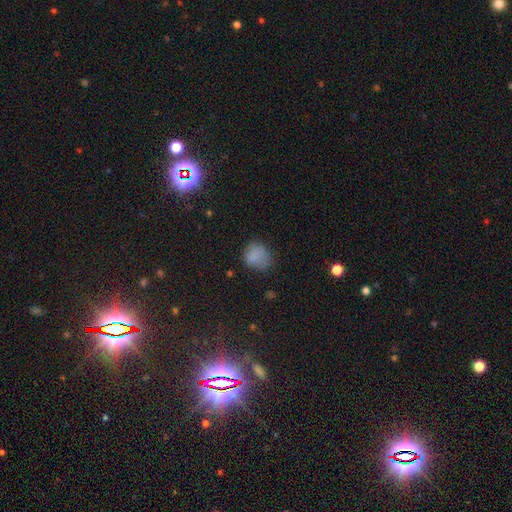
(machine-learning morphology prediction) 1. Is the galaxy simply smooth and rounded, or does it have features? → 81% smooth, 12% star or artifact, 7% featured or disk.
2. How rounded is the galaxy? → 65% round, 34% in between, 1% cigar-shaped.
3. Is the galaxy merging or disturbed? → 57% none, 30% minor disturbance, 11% major disturbance, 2% merger.